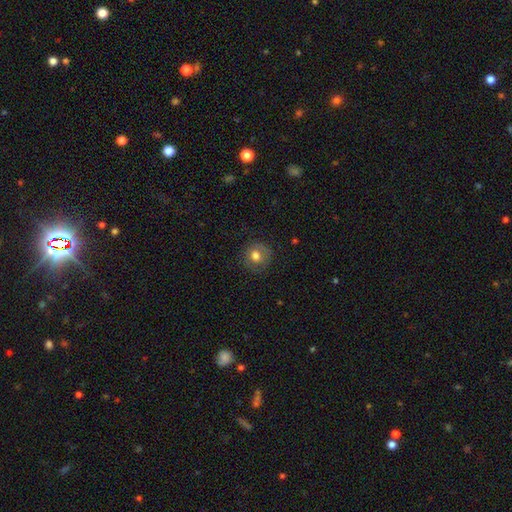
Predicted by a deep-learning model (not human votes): A smooth galaxy with no disk features (71%) that is round (87%).

Vote fractions:
- Smooth or featured? smooth: 71% / featured or disk: 19% / star or artifact: 10%
- How rounded? round: 87% / in between: 12% / cigar-shaped: 1%
- Merging? none: 81% / minor disturbance: 13% / major disturbance: 5% / merger: 1%